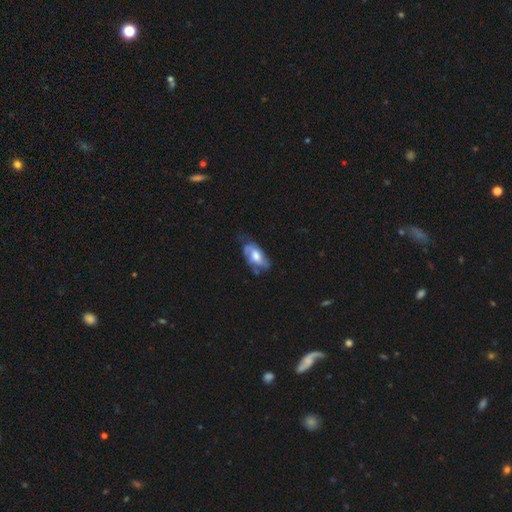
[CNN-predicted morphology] smooth_or_featured: featured or disk (p=0.57) [alt: smooth p=0.36]
disk_edge_on: no (p=0.91) [alt: yes p=0.09]
bar: no (p=0.59) [alt: weak p=0.32]
has_spiral_arms: yes (p=0.75) [alt: no p=0.25]
bulge_size: moderate (p=0.58) [alt: large p=0.28]
merging: none (p=0.49) [alt: minor disturbance p=0.32]